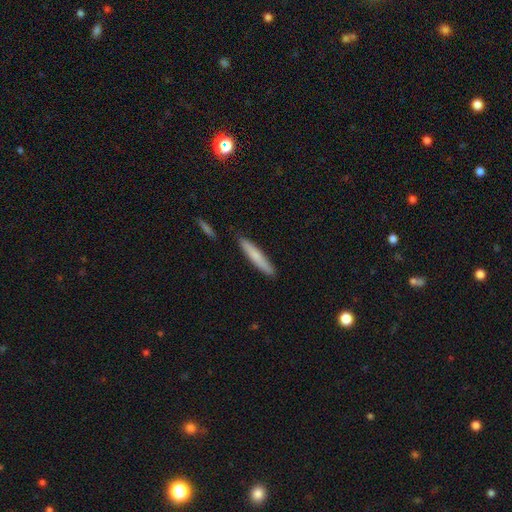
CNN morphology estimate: Smooth or featured: smooth — 75% (featured or disk — 19%)
How rounded: cigar-shaped — 93% (in between — 6%)
Merging: none — 88% (minor disturbance — 8%)